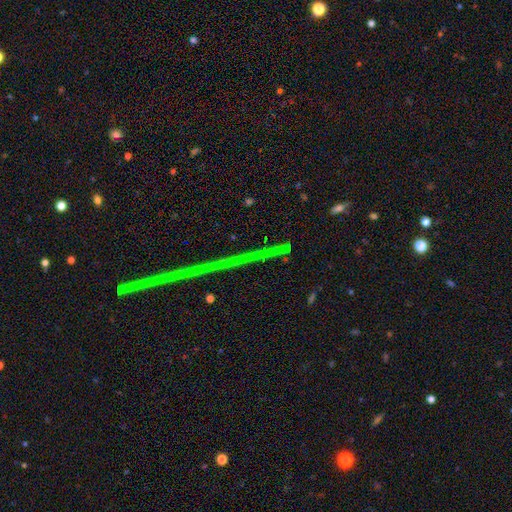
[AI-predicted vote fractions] Smooth or featured? Predicted: star or artifact (p=0.83).